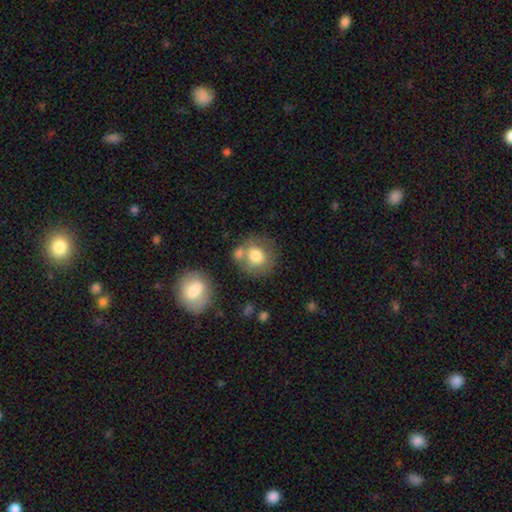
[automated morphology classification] Overall: smooth (74%). How rounded: round (81%). Merging: none (58%; merger 21%).